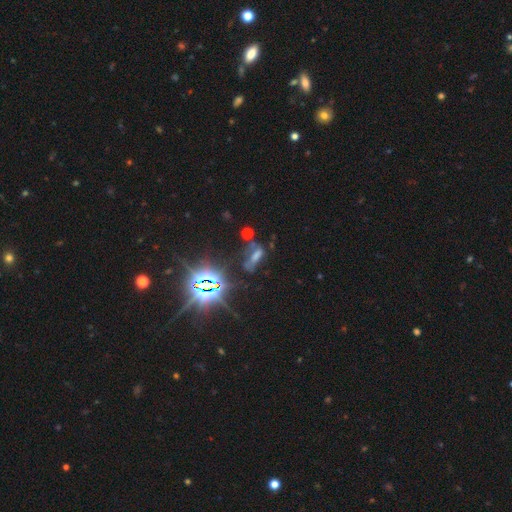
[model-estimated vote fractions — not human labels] This appears to be a star or artifact, not a galaxy (53%).